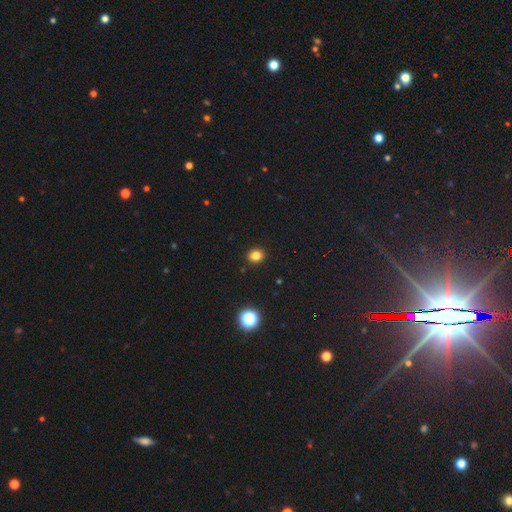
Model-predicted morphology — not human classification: The model was most divided on "how rounded": round: 71%, in between: 28%, cigar-shaped: 1%. More confident: merging — none (92%); smooth or featured — smooth (81%).